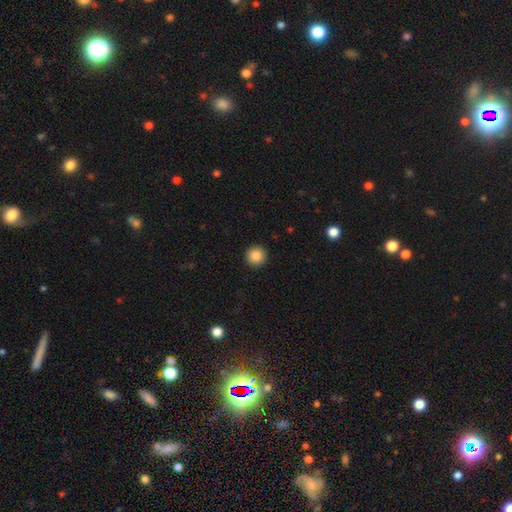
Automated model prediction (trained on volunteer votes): Smooth or featured?
  - smooth: 88% *
  - star or artifact: 9%
  - featured or disk: 3%
How rounded?
  - round: 96% *
  - in between: 3%
  - cigar-shaped: 1%
Merging?
  - none: 93% *
  - minor disturbance: 5%
  - major disturbance: 2%
  - merger: 1%